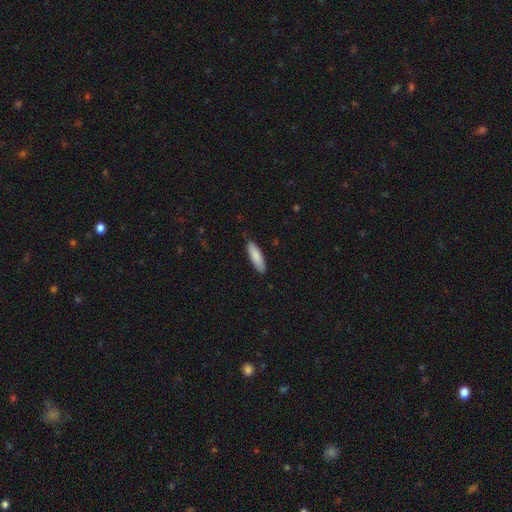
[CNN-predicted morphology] Smooth or featured? smooth (87%)
How rounded? cigar-shaped (58%)
Merging? none (86%)